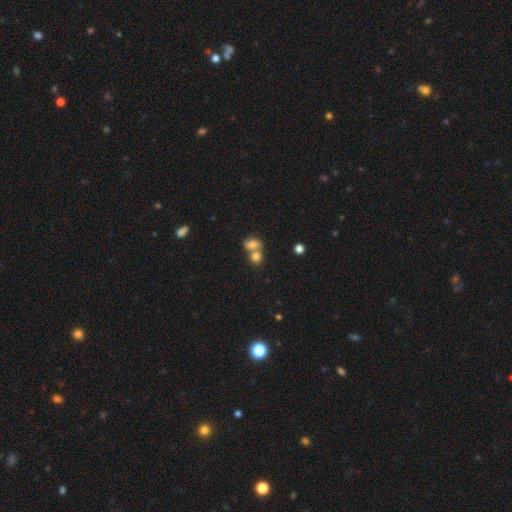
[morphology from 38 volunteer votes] Smooth or featured?
  - smooth: 87% *
  - featured or disk: 11%
  - star or artifact: 3%
How rounded?
  - round: 58% *
  - in between: 42%
  - cigar-shaped: 0%
Merging?
  - merger: 54% *
  - none: 27%
  - minor disturbance: 19%
  - major disturbance: 0%